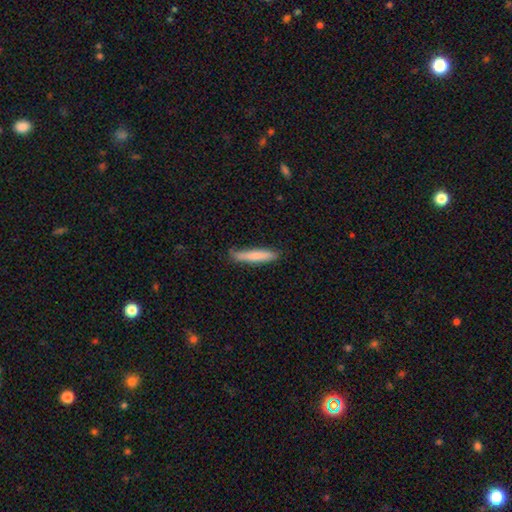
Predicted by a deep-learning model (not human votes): This is likely a smooth galaxy (76%). How rounded: clearly cigar-shaped (91%). Merging: likely none (78%).